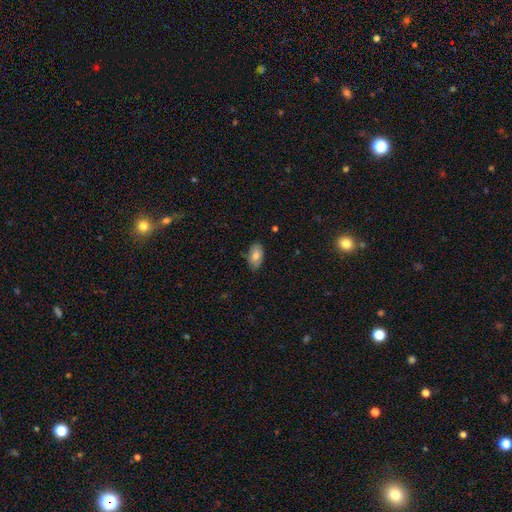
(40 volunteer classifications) Morphology: type=smooth (70%); roundness=in between (96%); merging=none (76%).